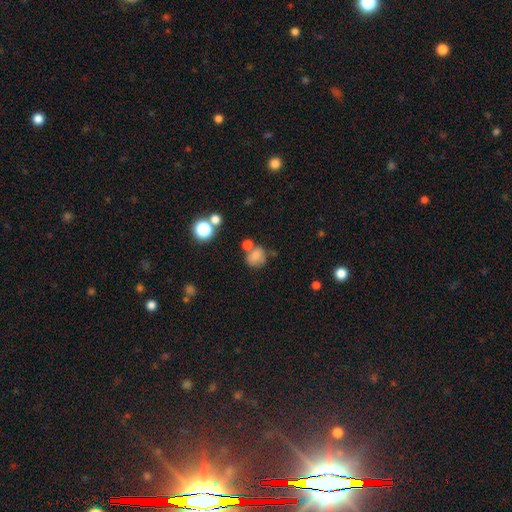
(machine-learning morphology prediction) smooth 72%, featured or disk 15%, star or artifact 13%. Down the decision tree: how rounded — round (75%); merging — none (51%).